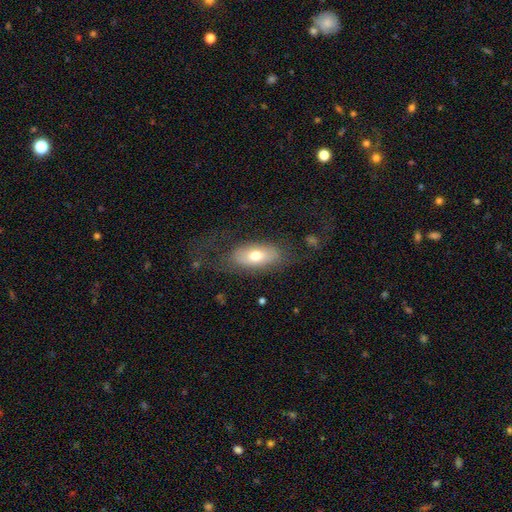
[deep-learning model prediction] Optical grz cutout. It shows a smooth galaxy with no disk features (65%) that is in between round and cigar-shaped (89%). Merging: none (66%).